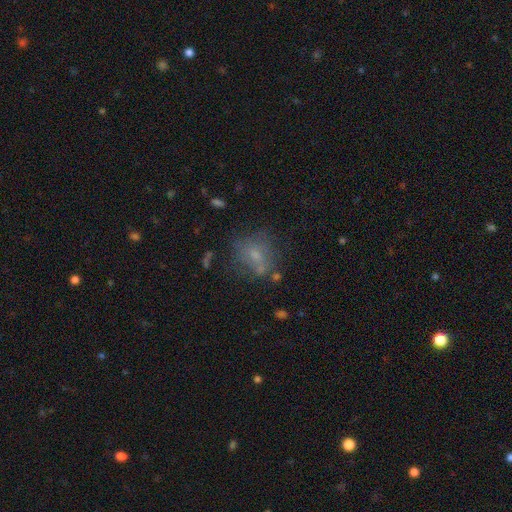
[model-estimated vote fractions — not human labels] Smooth or featured? Predicted: smooth (p=0.56). How rounded? Predicted: round (p=0.59). Merging? Predicted: none (p=0.56).